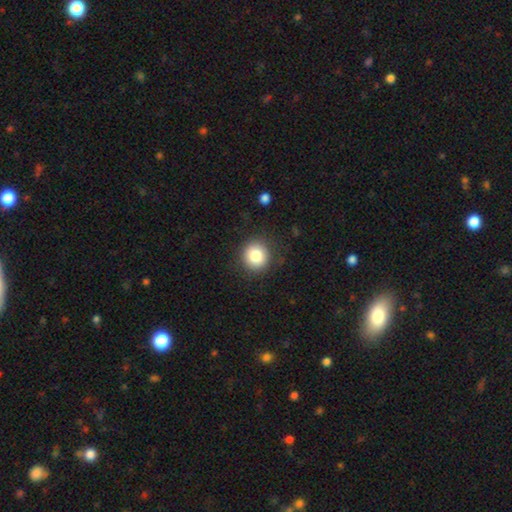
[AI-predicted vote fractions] This is clearly a smooth galaxy (82%). How rounded: clearly round (90%). Merging: clearly none (87%).